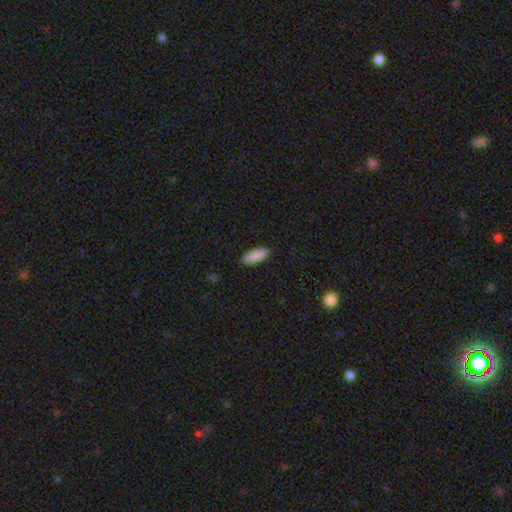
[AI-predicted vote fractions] A smooth galaxy with no disk features (90%) that is in between round and cigar-shaped (64%).

Vote fractions:
- Smooth or featured? smooth: 90% / star or artifact: 6% / featured or disk: 5%
- How rounded? in between: 64% / cigar-shaped: 35% / round: 2%
- Merging? none: 89% / minor disturbance: 8% / major disturbance: 2% / merger: 1%